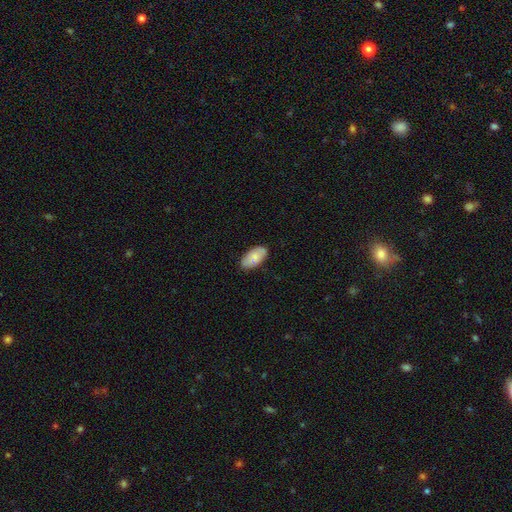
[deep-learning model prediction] This appears to be a smooth galaxy with no disk features (77%) that is in between round and cigar-shaped (94%). Merging: none (83%).